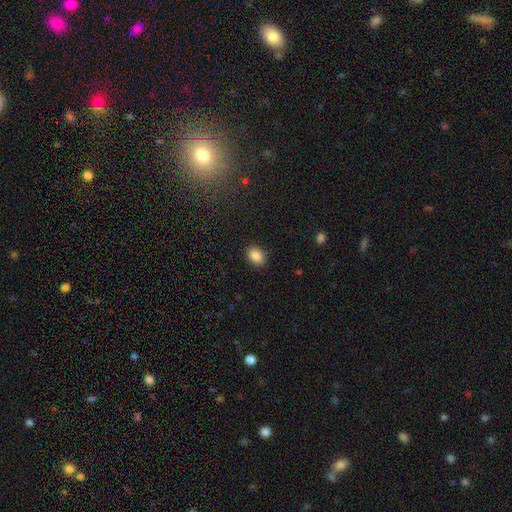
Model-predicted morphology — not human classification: Smooth or featured? smooth (88%)
How rounded? in between (70%)
Merging? none (88%)